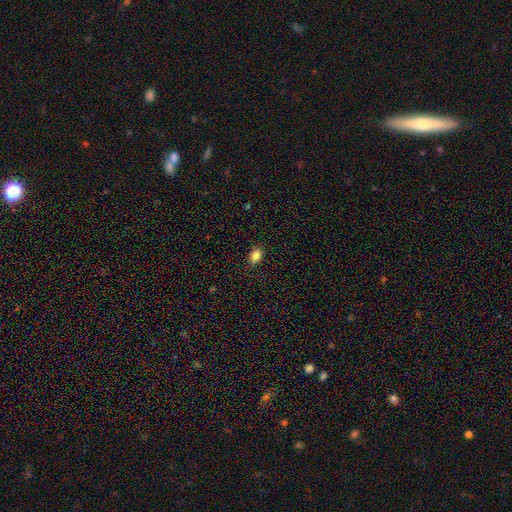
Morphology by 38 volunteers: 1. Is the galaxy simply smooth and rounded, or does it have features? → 92% smooth, 8% star or artifact, 0% featured or disk.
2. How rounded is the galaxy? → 66% in between, 31% round, 3% cigar-shaped.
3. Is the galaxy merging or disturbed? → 94% none, 6% major disturbance, 0% minor disturbance, 0% merger.